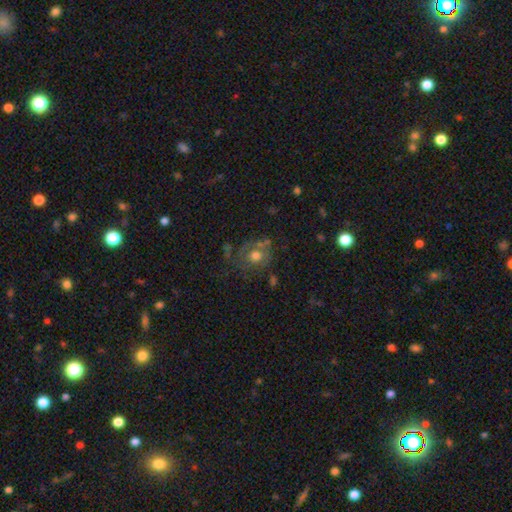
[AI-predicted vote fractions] The model was most divided on "smooth or featured": smooth: 47%, featured or disk: 42%, star or artifact: 11%. Remaining: merging — none (50%).